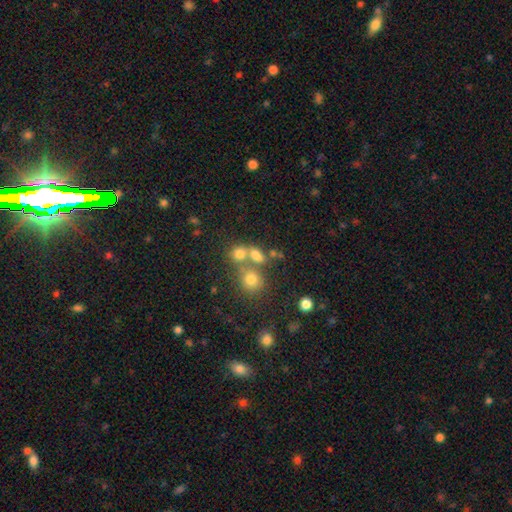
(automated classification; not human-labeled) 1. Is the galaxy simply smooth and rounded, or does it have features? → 68% smooth, 18% star or artifact, 14% featured or disk.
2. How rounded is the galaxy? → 49% round, 48% in between, 3% cigar-shaped.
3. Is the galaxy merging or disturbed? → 42% merger, 41% none, 10% minor disturbance, 7% major disturbance.